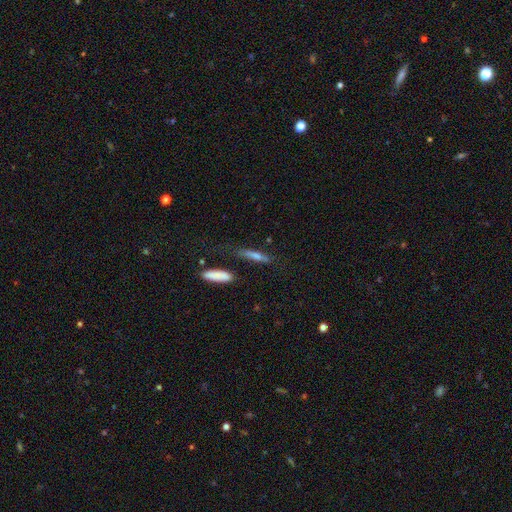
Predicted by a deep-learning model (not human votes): Overall: smooth (57%; featured or disk 31%). How rounded: cigar-shaped (83%). Merging: none (63%).